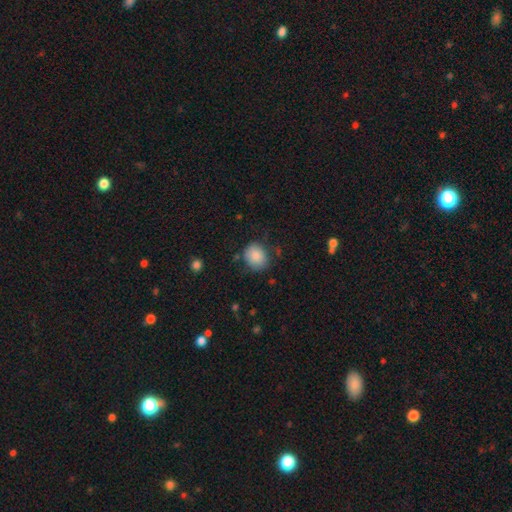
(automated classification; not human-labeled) This appears to be a smooth galaxy with no disk features (86%) that is round (65%). Merging: none (71%).